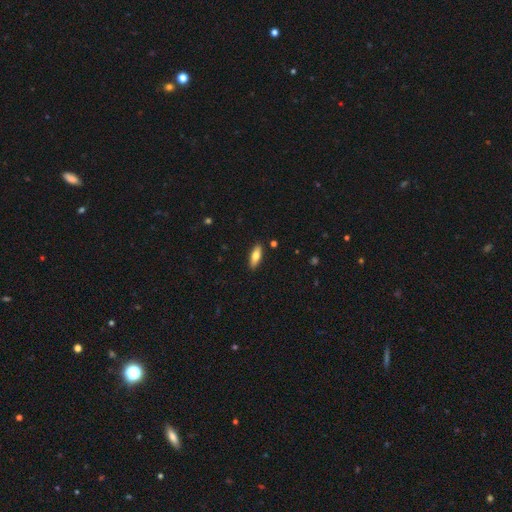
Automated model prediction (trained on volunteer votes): This is likely a smooth galaxy (72%). How rounded: likely in between (61%). Merging: clearly none (88%).